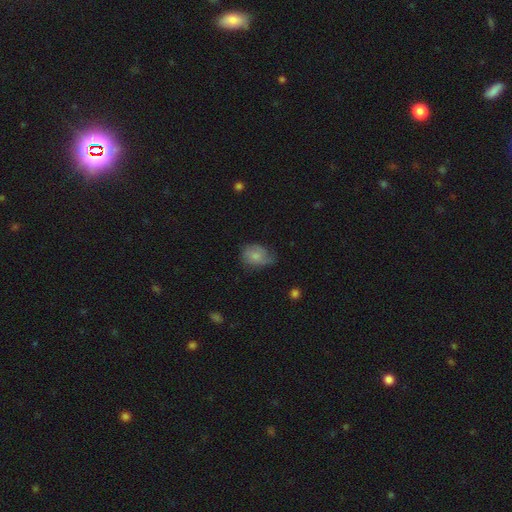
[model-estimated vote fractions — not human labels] Q: Smooth or featured?
A: smooth (70%); runner-up: featured or disk (22%)
Q: How rounded?
A: in between (64%); runner-up: round (35%)
Q: Merging?
A: none (42%); runner-up: minor disturbance (40%)